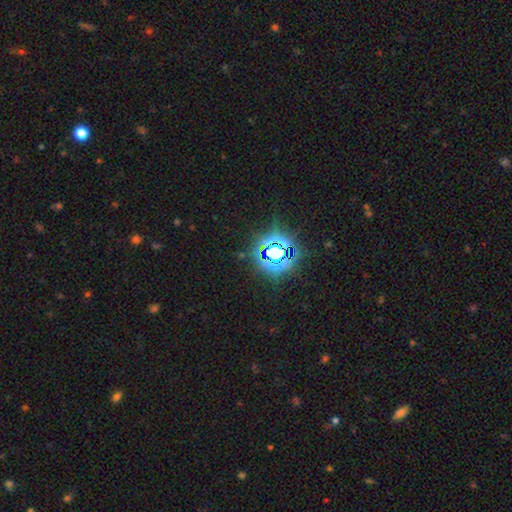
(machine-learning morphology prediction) A star or artifact, not a galaxy (81%).

Vote fractions:
- Smooth or featured? star or artifact: 81% / smooth: 12% / featured or disk: 7%